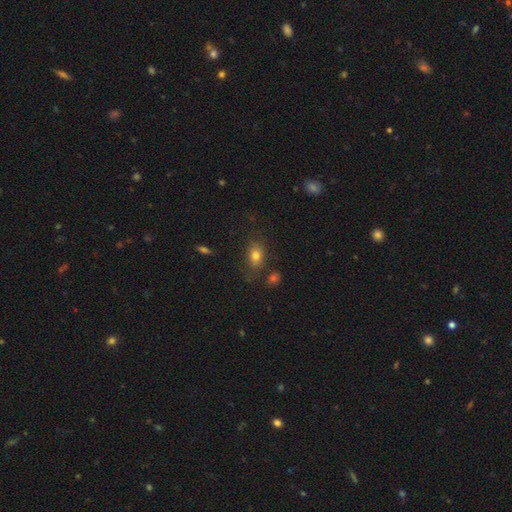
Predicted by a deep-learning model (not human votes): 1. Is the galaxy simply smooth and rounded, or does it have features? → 77% smooth, 12% star or artifact, 11% featured or disk.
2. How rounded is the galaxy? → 73% in between, 25% round, 2% cigar-shaped.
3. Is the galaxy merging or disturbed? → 71% none, 17% minor disturbance, 7% major disturbance, 5% merger.